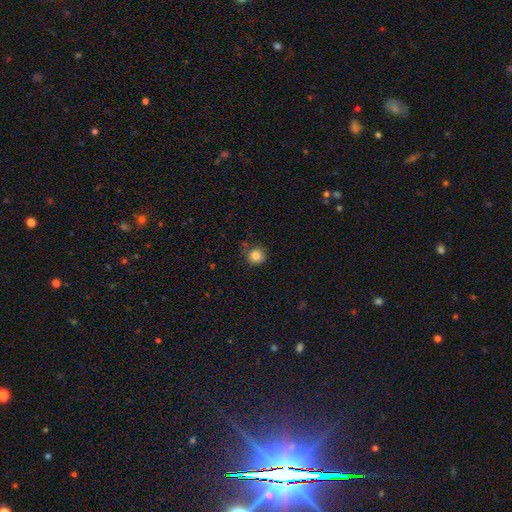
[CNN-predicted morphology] Smooth or featured? Predicted: smooth (p=0.83). How rounded? Predicted: round (p=0.91). Merging? Predicted: none (p=0.82).